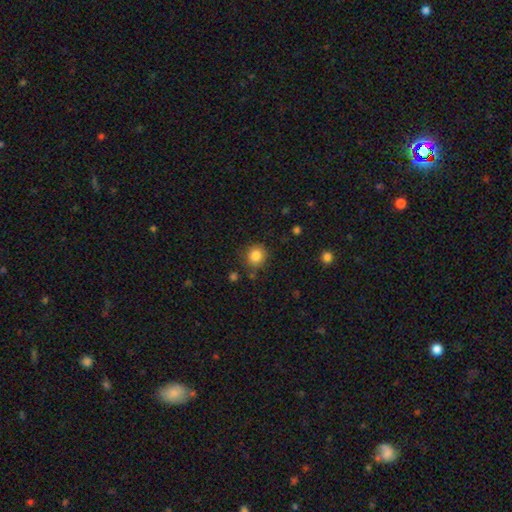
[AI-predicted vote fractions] smooth-or-featured: smooth: 86% | star or artifact: 10% | featured or disk: 4%
  how-rounded: round: 88% | in between: 11% | cigar-shaped: 1%
  merging: none: 83% | minor disturbance: 11% | major disturbance: 3% | merger: 3%